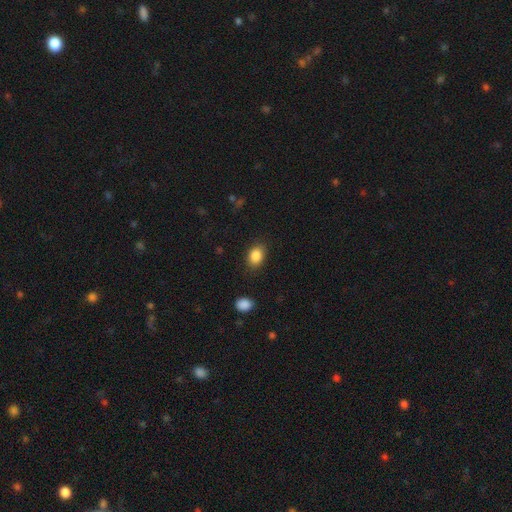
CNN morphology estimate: Smooth or featured?
  - smooth: 87% *
  - star or artifact: 8%
  - featured or disk: 5%
How rounded?
  - in between: 75% *
  - round: 24%
  - cigar-shaped: 1%
Merging?
  - none: 83% *
  - minor disturbance: 12%
  - major disturbance: 3%
  - merger: 2%